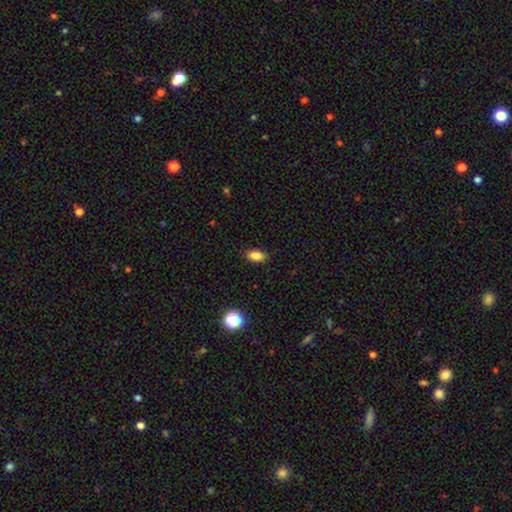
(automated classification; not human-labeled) The model was most divided on "smooth or featured": smooth: 84%, star or artifact: 10%, featured or disk: 5%. More confident: how rounded — in between (89%); merging — none (86%).